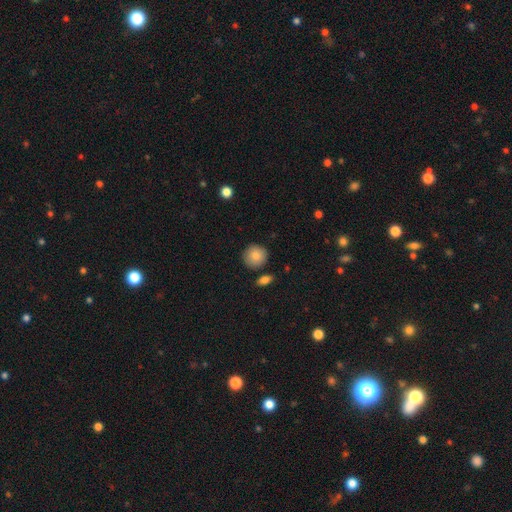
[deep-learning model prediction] Smooth or featured?
  - smooth: 85% *
  - star or artifact: 8%
  - featured or disk: 7%
How rounded?
  - round: 92% *
  - in between: 7%
  - cigar-shaped: 1%
Merging?
  - none: 85% *
  - minor disturbance: 9%
  - merger: 4%
  - major disturbance: 2%